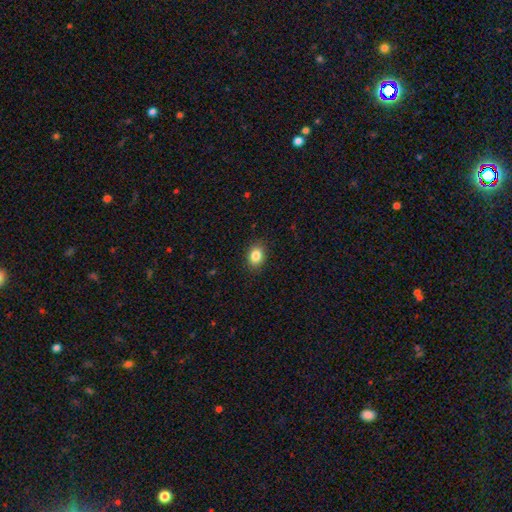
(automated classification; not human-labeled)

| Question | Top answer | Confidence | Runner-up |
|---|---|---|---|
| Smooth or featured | smooth | 86% | star or artifact (9%) |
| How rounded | in between | 63% | round (36%) |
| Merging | none | 88% | minor disturbance (9%) |